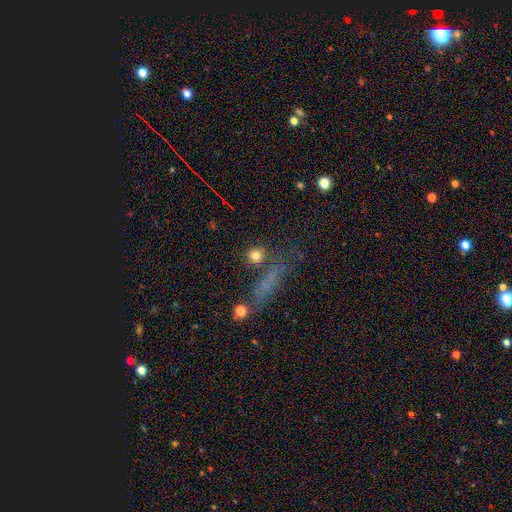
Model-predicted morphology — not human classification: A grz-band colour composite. It shows a smooth galaxy with no disk features (77%) that is round (85%). Merging: none (75%).